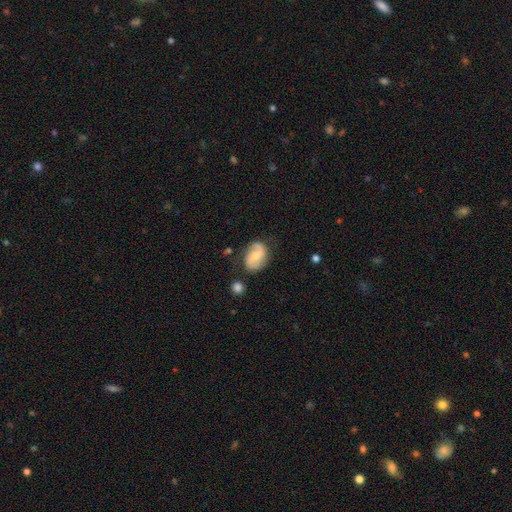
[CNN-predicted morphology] smooth_or_featured: featured or disk (p=0.65) [alt: smooth p=0.29]
disk_edge_on: no (p=0.97) [alt: yes p=0.03]
bar: no (p=0.51) [alt: weak p=0.38]
has_spiral_arms: yes (p=0.91) [alt: no p=0.09]
spiral_winding: loose (p=0.43) [alt: medium p=0.40]
spiral_arm_count: 2 (p=0.89) [alt: can't tell p=0.06]
bulge_size: small (p=0.47) [alt: moderate p=0.45]
merging: none (p=0.73) [alt: minor disturbance p=0.19]